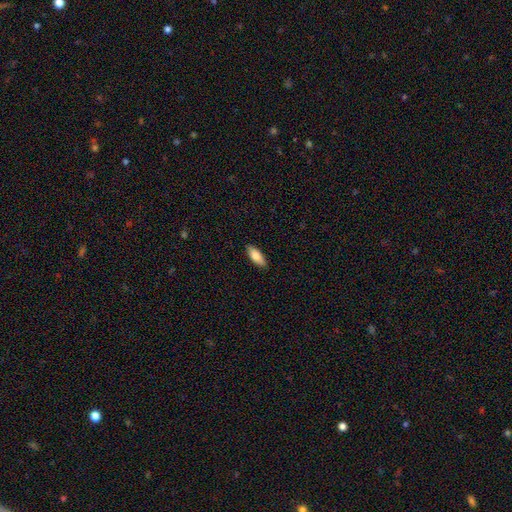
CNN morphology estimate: smooth_or_featured: smooth (p=0.81) [alt: featured or disk p=0.13]
how_rounded: in between (p=0.76) [alt: cigar-shaped p=0.22]
merging: none (p=0.88) [alt: minor disturbance p=0.09]